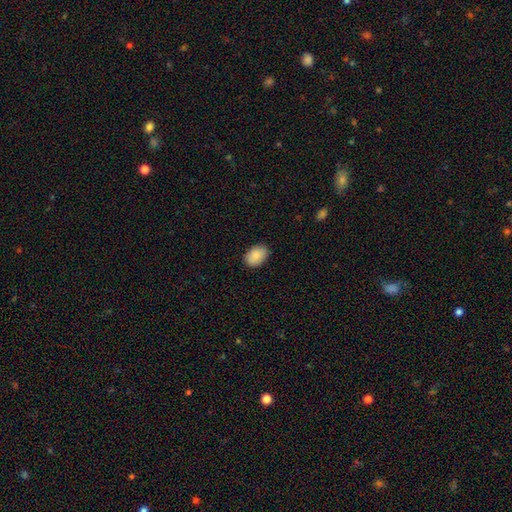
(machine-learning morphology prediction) Overall: smooth (87%). How rounded: in between (83%). Merging: none (85%).